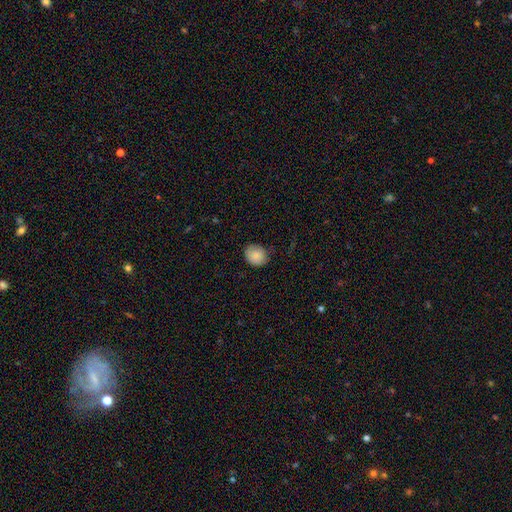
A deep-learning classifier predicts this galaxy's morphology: A smooth galaxy with no disk features (87%) that is round (69%). Merging: none (79%).